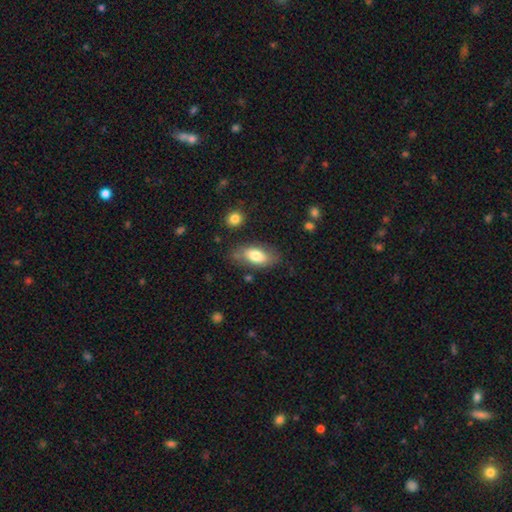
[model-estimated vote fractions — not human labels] A smooth galaxy with no disk features (76%) that is in between round and cigar-shaped (88%). Merging: none (72%).